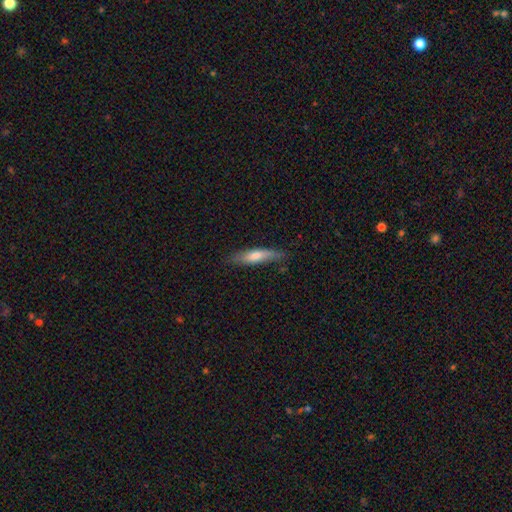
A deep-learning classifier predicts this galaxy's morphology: This is possibly a smooth galaxy (55%). How rounded: clearly cigar-shaped (84%). Merging: clearly none (81%).